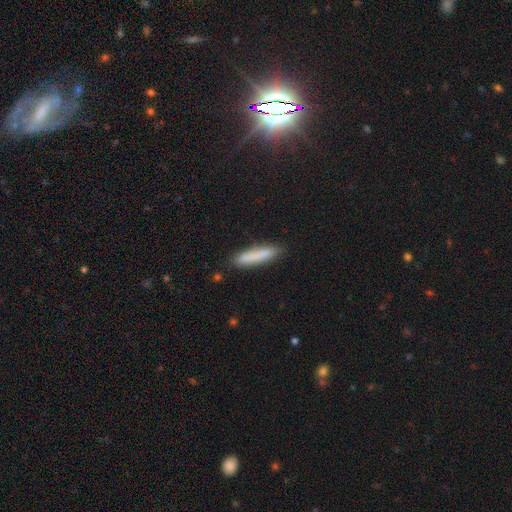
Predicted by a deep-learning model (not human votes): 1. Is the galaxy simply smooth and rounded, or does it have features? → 84% smooth, 10% featured or disk, 7% star or artifact.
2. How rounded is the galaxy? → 87% cigar-shaped, 12% in between, 1% round.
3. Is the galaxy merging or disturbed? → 85% none, 11% minor disturbance, 2% major disturbance, 2% merger.